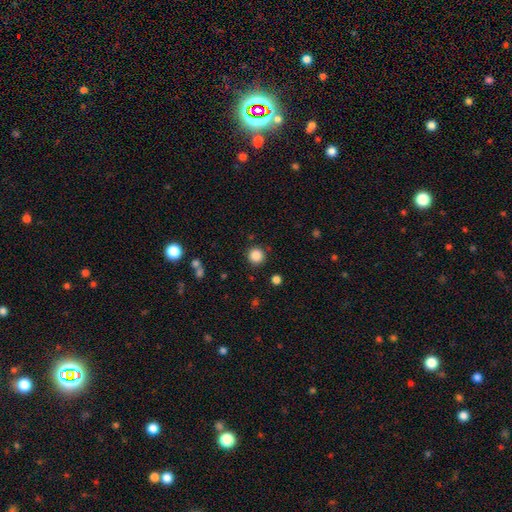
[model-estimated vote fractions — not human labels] smooth-or-featured: smooth: 86% | star or artifact: 11% | featured or disk: 3%
  how-rounded: round: 95% | in between: 4% | cigar-shaped: 1%
  merging: none: 89% | minor disturbance: 6% | major disturbance: 3% | merger: 2%